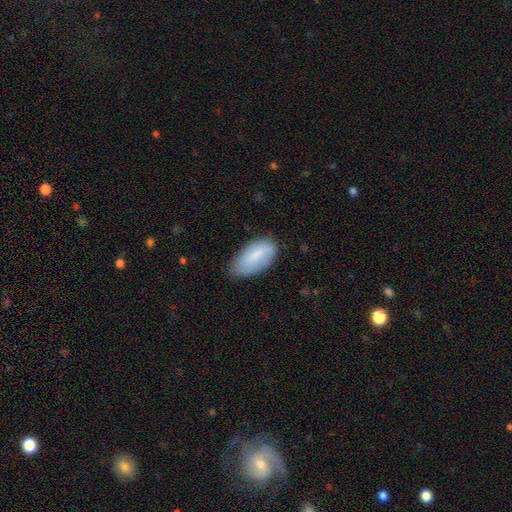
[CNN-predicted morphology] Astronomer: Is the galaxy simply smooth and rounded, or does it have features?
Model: smooth — 76%.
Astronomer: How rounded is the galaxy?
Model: in between — 93%.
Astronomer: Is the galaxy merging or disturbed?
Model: none — 64%.